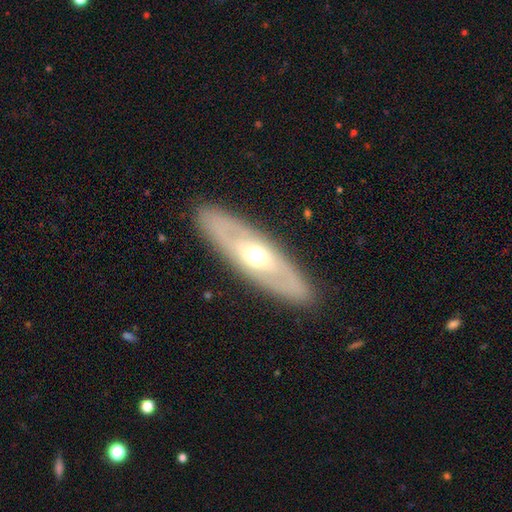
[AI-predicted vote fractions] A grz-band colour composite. It shows a featured or disk galaxy (61%). Merging: none (88%).